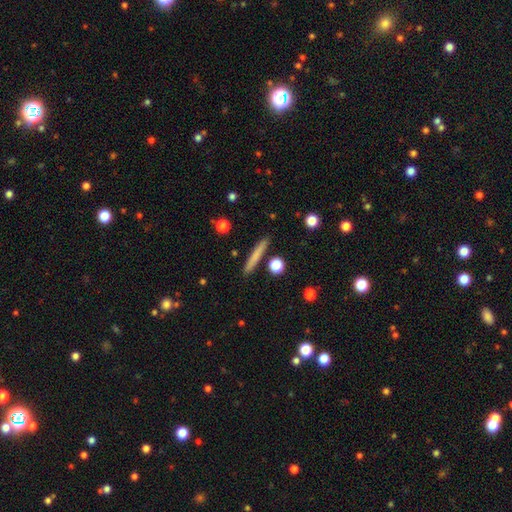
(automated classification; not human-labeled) smooth 71%, featured or disk 22%, star or artifact 7%. Down the decision tree: how rounded — cigar-shaped (95%); merging — none (89%).